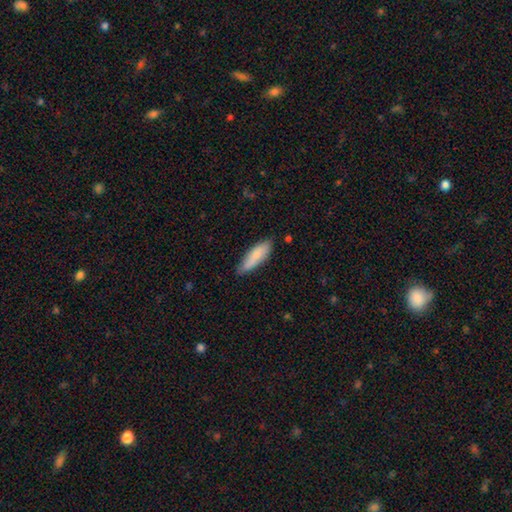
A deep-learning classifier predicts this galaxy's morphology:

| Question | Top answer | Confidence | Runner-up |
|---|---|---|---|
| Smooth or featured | smooth | 81% | featured or disk (14%) |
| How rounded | cigar-shaped | 51% | in between (47%) |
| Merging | none | 76% | minor disturbance (19%) |